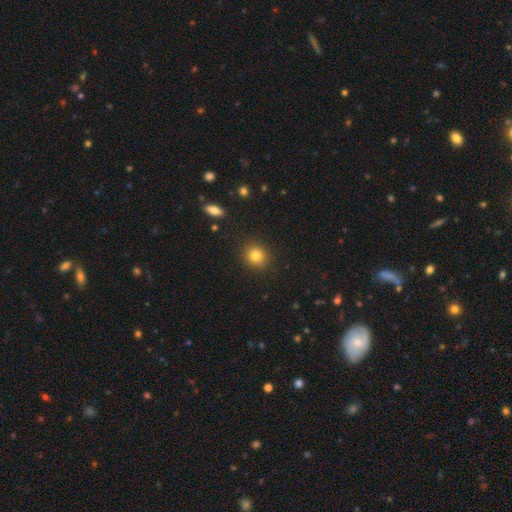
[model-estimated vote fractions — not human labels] smooth-or-featured: smooth: 82% | star or artifact: 11% | featured or disk: 7%
  how-rounded: round: 82% | in between: 17% | cigar-shaped: 1%
  merging: none: 90% | minor disturbance: 7% | major disturbance: 2% | merger: 1%